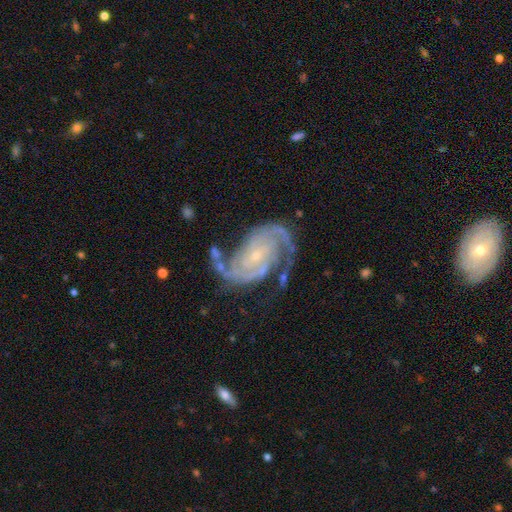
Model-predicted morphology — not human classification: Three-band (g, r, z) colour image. It shows a featured or disk galaxy (92%) with no bar (52%), 2 (84%) medium (46%) spiral arms (98%) and a small central bulge (78%). Merging: none (64%).